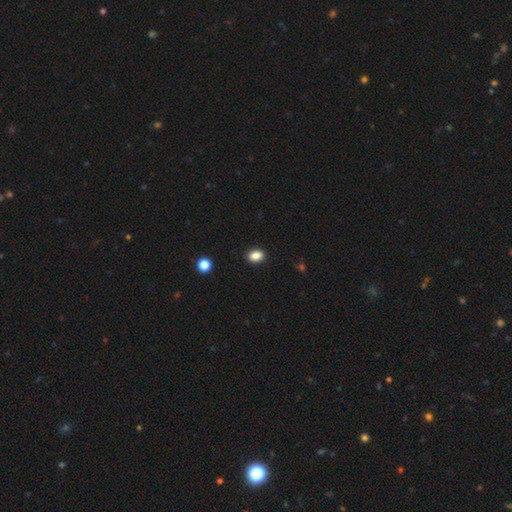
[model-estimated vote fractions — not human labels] Smooth or featured: smooth — 87% (star or artifact — 10%)
How rounded: in between — 75% (round — 24%)
Merging: none — 90% (minor disturbance — 7%)